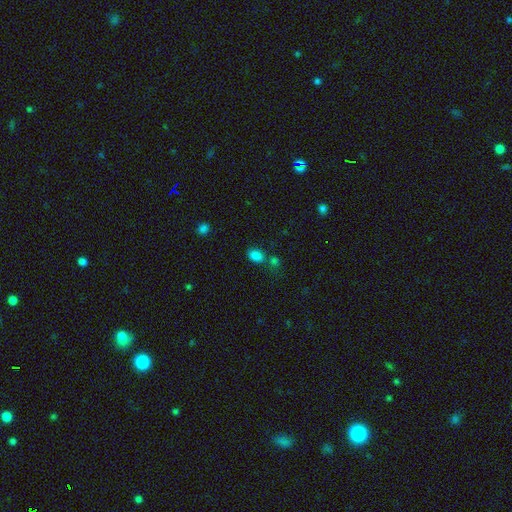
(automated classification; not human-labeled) smooth-or-featured: smooth: 81% | star or artifact: 14% | featured or disk: 5%
  how-rounded: in between: 77% | round: 22% | cigar-shaped: 1%
  merging: none: 60% | merger: 23% | minor disturbance: 13% | major disturbance: 5%